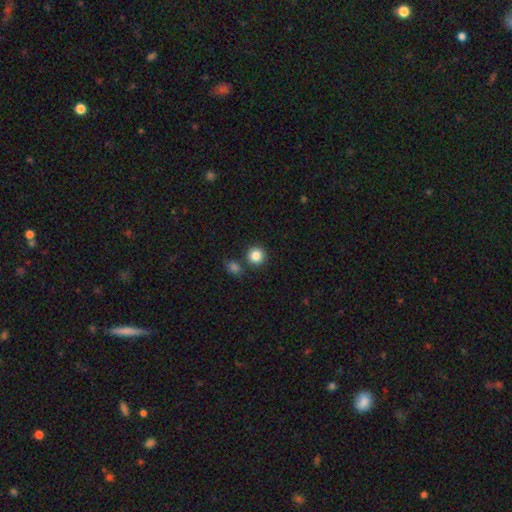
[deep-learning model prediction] The model was most divided on "merging": none: 82%, merger: 9%, minor disturbance: 7%, major disturbance: 2%. More confident: how rounded — round (93%); smooth or featured — smooth (85%).